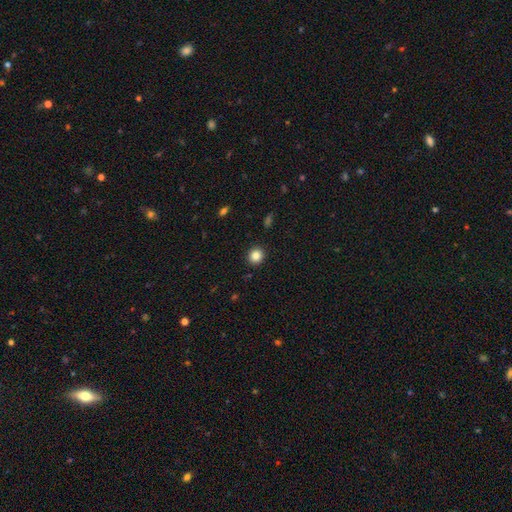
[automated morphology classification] smooth 84%, star or artifact 11%, featured or disk 5%. Down the decision tree: how rounded — round (88%); merging — none (92%).